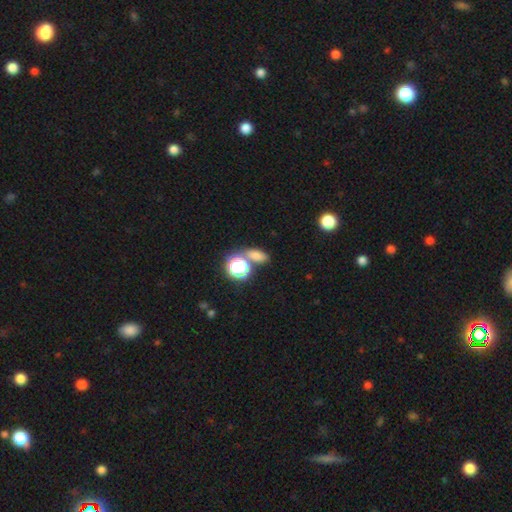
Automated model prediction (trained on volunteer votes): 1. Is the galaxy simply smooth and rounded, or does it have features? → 68% smooth, 23% star or artifact, 9% featured or disk.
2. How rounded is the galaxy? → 67% in between, 27% round, 6% cigar-shaped.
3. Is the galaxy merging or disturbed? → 64% none, 20% merger, 11% minor disturbance, 5% major disturbance.